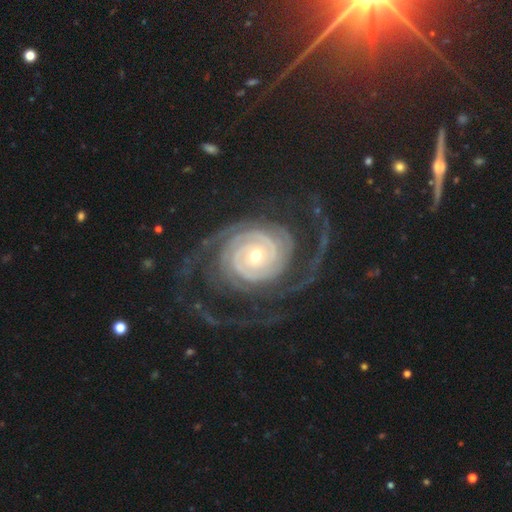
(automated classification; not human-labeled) Overall: featured or disk (93%). Edge-on disk: no (98%). Bar: no (66%). Spiral arms: yes (99%). Spiral arm count: 2 (43%; 3 16%). Spiral winding: tight (73%). Bulge size: small (50%; moderate 45%). Merging: none (66%).